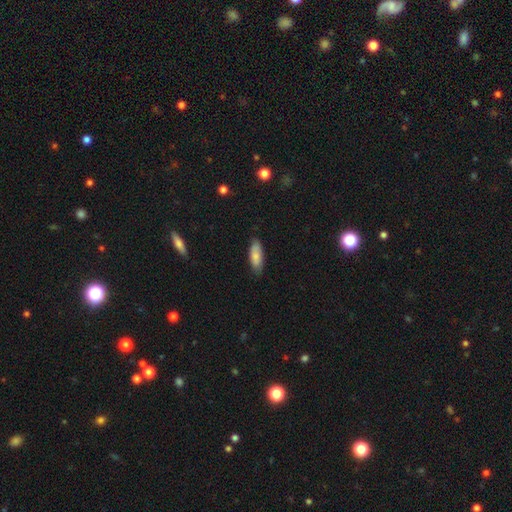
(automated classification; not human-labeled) The model was most divided on "how rounded": in between: 70%, cigar-shaped: 28%, round: 2%. More confident: smooth or featured — smooth (83%); merging — none (80%).